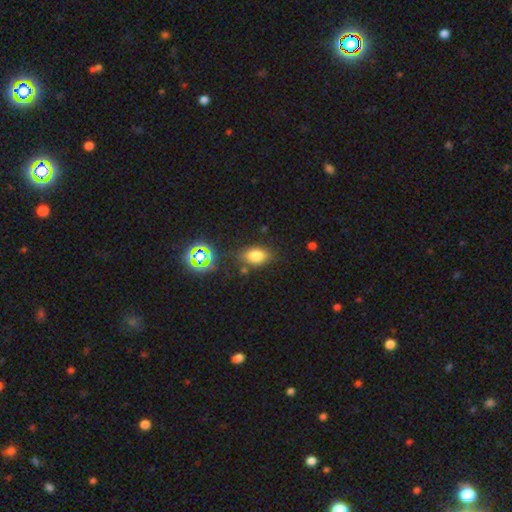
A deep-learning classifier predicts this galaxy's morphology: smooth-or-featured: smooth: 75% | star or artifact: 16% | featured or disk: 9%
  how-rounded: in between: 82% | round: 15% | cigar-shaped: 2%
  merging: none: 76% | minor disturbance: 14% | merger: 5% | major disturbance: 4%